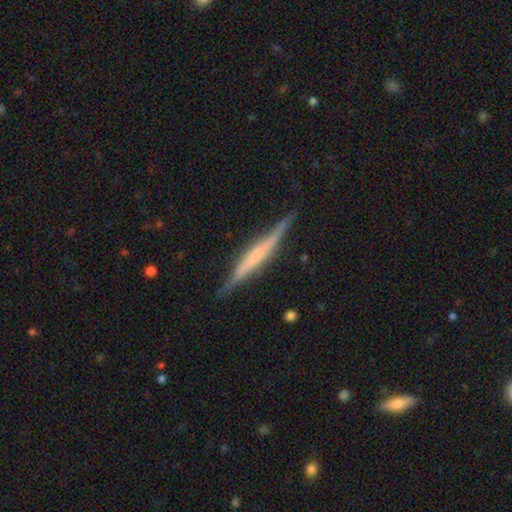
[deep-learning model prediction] smooth-or-featured: featured or disk: 67% | smooth: 27% | star or artifact: 6%
  disk-edge-on: yes: 97% | no: 3%
    edge-on-bulge: boxy: 36% | none: 33% | rounded: 31%
  merging: none: 85% | minor disturbance: 11% | major disturbance: 2% | merger: 1%